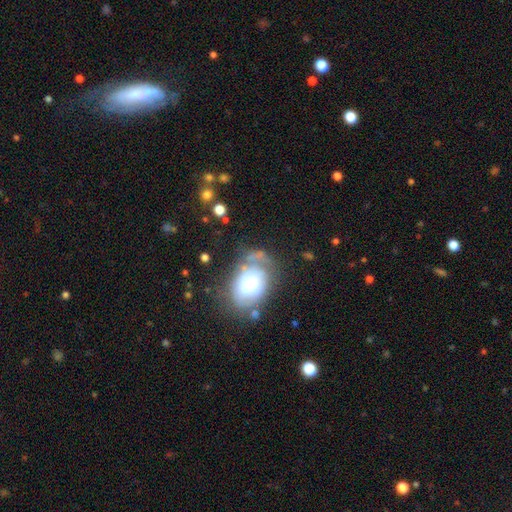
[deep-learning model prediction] Smooth or featured: featured or disk — 55% (smooth — 35%)
Edge-on disk: no — 95% (yes — 5%)
Bar: no — 77% (weak — 18%)
Spiral arms: yes — 61% (no — 39%)
Bulge size: moderate — 61% (small — 24%)
Merging: none — 53% (minor disturbance — 25%)